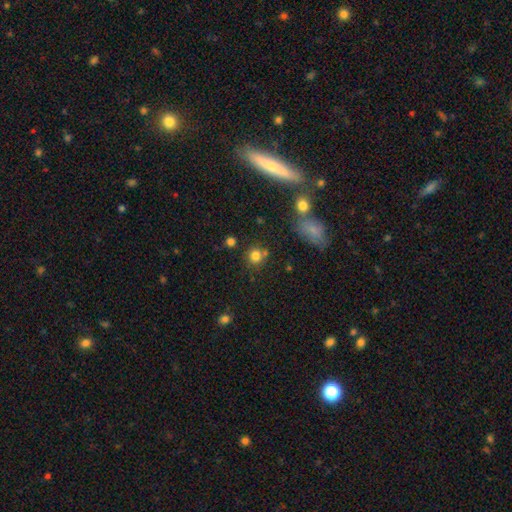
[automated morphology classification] This is likely a smooth galaxy (78%). How rounded: clearly round (89%). Merging: likely none (74%).